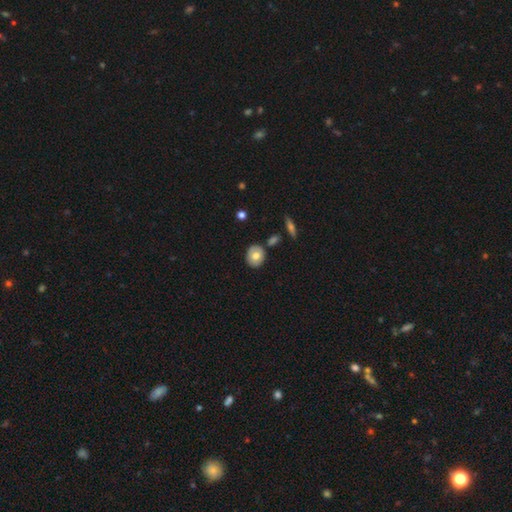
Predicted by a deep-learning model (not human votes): smooth_or_featured: smooth (p=0.71) [alt: featured or disk p=0.21]
how_rounded: round (p=0.62) [alt: in between p=0.37]
merging: none (p=0.82) [alt: minor disturbance p=0.11]